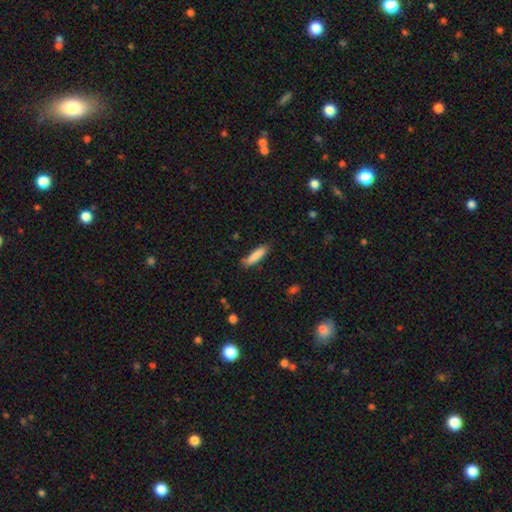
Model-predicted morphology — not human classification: This is clearly a smooth galaxy (85%). How rounded: likely cigar-shaped (75%). Merging: clearly none (81%).